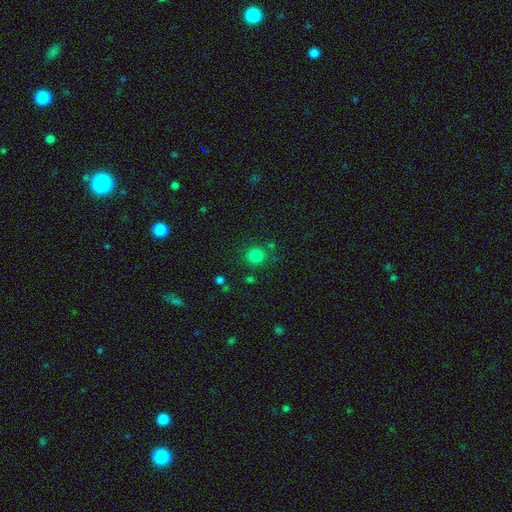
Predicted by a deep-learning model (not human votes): Smooth or featured?
  - smooth: 82% *
  - star or artifact: 14%
  - featured or disk: 4%
How rounded?
  - round: 90% *
  - in between: 9%
  - cigar-shaped: 1%
Merging?
  - none: 81% *
  - minor disturbance: 9%
  - merger: 6%
  - major disturbance: 4%